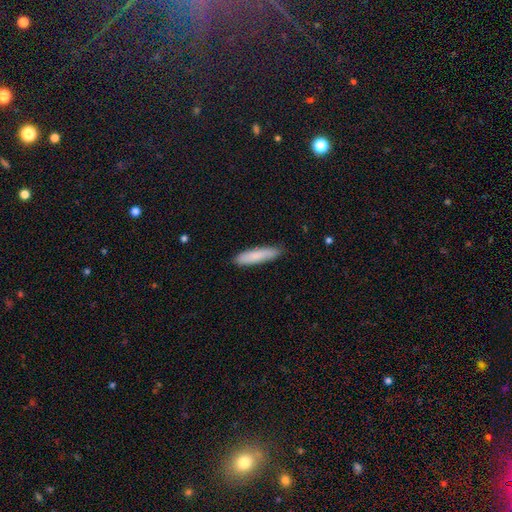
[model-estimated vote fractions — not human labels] smooth 83%, featured or disk 12%, star or artifact 6%. Down the decision tree: how rounded — cigar-shaped (80%); merging — none (86%).